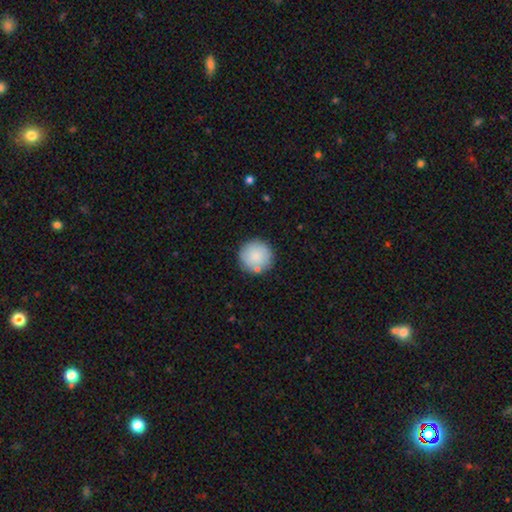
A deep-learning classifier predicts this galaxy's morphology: Smooth or featured? smooth (85%)
How rounded? round (95%)
Merging? none (84%)